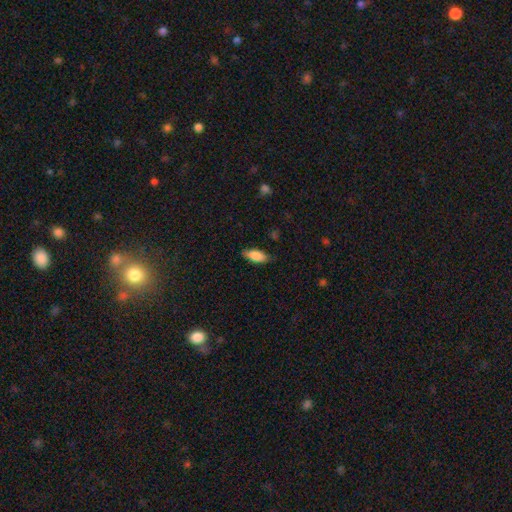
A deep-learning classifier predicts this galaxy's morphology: Smooth or featured: smooth — 85% (featured or disk — 9%)
How rounded: in between — 82% (cigar-shaped — 16%)
Merging: none — 81% (minor disturbance — 15%)